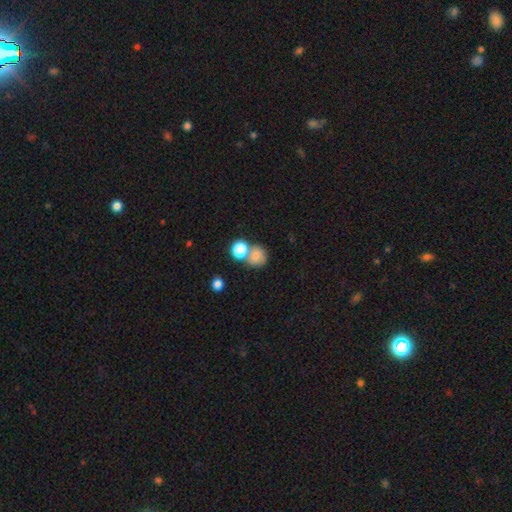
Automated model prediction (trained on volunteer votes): smooth_or_featured: smooth (p=0.78) [alt: star or artifact p=0.12]
how_rounded: round (p=0.78) [alt: in between p=0.20]
merging: none (p=0.43) [alt: merger p=0.41]